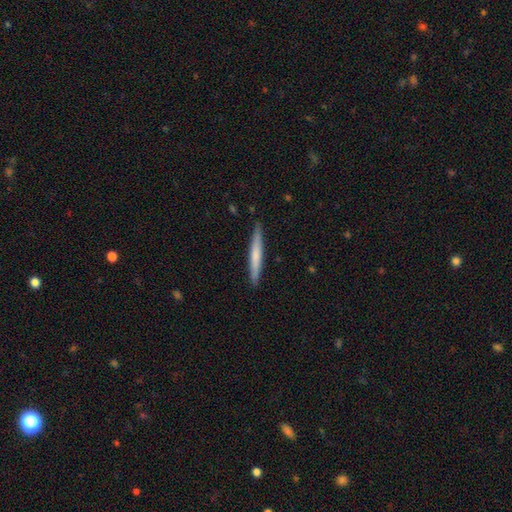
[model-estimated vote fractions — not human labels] Smooth or featured? Predicted: smooth (p=0.61). How rounded? Predicted: cigar-shaped (p=0.96). Merging? Predicted: none (p=0.89).